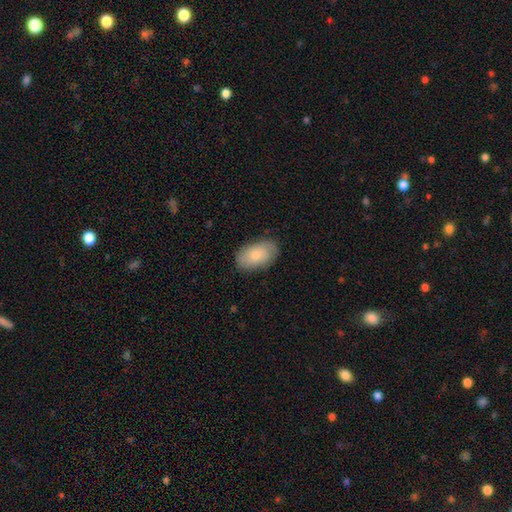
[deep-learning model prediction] The model was most divided on "smooth or featured": smooth: 74%, featured or disk: 20%, star or artifact: 6%. More confident: how rounded — in between (93%); merging — none (81%).